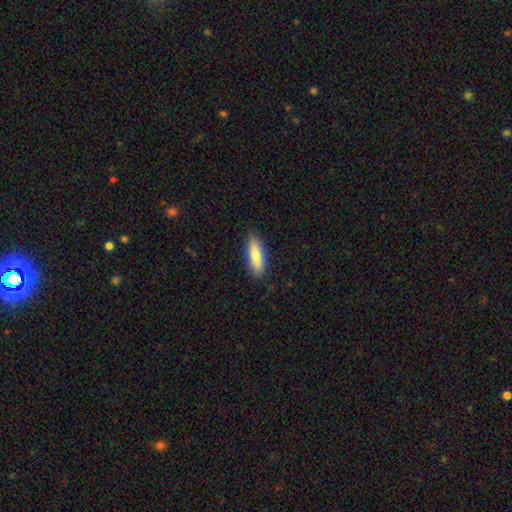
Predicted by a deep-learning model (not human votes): A smooth galaxy with no disk features (80%) that is cigar-shaped (50%).

Vote fractions:
- Smooth or featured? smooth: 80% / featured or disk: 15% / star or artifact: 6%
- How rounded? cigar-shaped: 50% / in between: 48% / round: 2%
- Merging? none: 88% / minor disturbance: 9% / major disturbance: 2% / merger: 1%